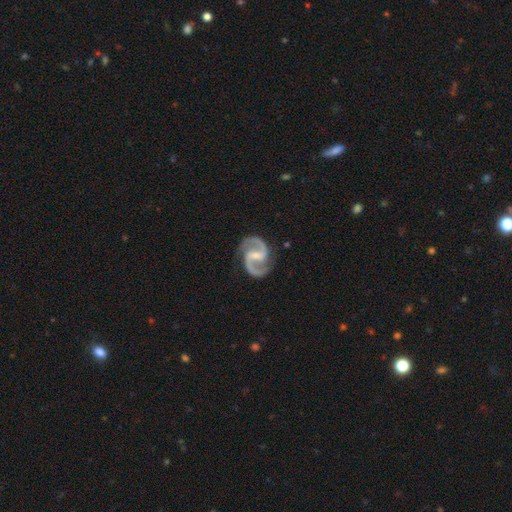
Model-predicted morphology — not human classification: Overall: featured or disk (94%). Edge-on disk: no (99%). Bar: weak (50%; strong 35%). Spiral arms: yes (98%). Spiral arm count: 2 (95%). Spiral winding: medium (67%). Bulge size: small (48%; moderate 31%). Merging: none (84%).